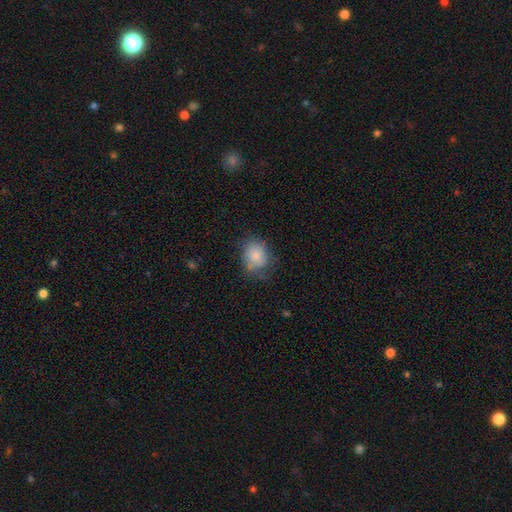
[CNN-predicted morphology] The model was most divided on "how rounded": round: 51%, in between: 48%, cigar-shaped: 1%. More confident: smooth or featured — smooth (80%); merging — none (56%).